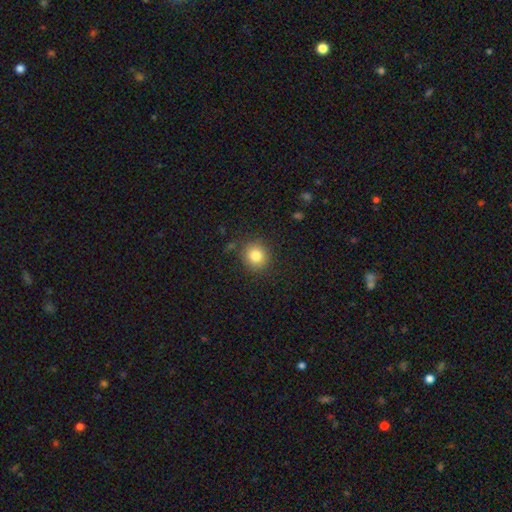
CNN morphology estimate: Q: Smooth or featured?
A: smooth (81%); runner-up: star or artifact (11%)
Q: How rounded?
A: round (86%); runner-up: in between (13%)
Q: Merging?
A: none (86%); runner-up: minor disturbance (9%)